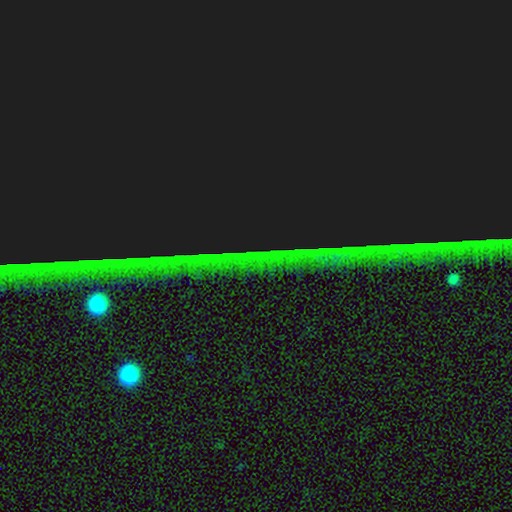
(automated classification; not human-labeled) smooth-or-featured: star or artifact: 85% | smooth: 8% | featured or disk: 7%